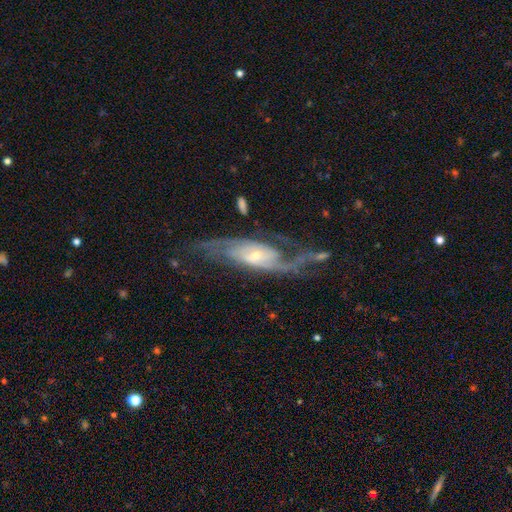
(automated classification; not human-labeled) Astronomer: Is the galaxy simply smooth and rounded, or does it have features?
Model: featured or disk — 87%.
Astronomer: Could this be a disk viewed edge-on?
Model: no — 89%.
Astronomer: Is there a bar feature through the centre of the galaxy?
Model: no — 47% (runner-up: weak, 38%).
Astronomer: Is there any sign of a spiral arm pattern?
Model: yes — 96%.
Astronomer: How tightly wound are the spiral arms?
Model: medium — 43% (runner-up: loose, 35%).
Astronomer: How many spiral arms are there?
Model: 2 — 72%.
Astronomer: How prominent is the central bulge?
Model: small — 64%.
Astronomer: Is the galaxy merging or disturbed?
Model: none — 55%.